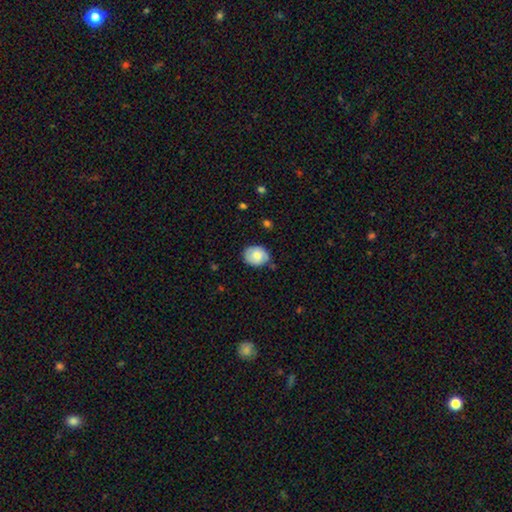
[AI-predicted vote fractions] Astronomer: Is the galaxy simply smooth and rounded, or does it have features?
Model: smooth — 65%.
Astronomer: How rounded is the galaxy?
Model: round — 53% (runner-up: in between, 46%).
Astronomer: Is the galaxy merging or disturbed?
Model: none — 73%.